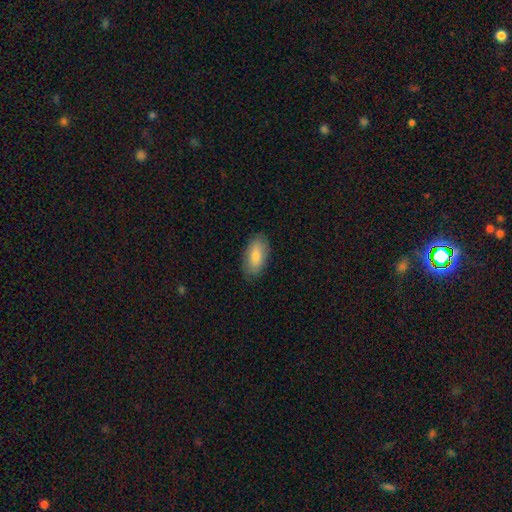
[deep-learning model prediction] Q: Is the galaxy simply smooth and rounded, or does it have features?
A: smooth — 80%.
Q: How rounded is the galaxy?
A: in between — 92%.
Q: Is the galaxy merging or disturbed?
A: none — 85%.